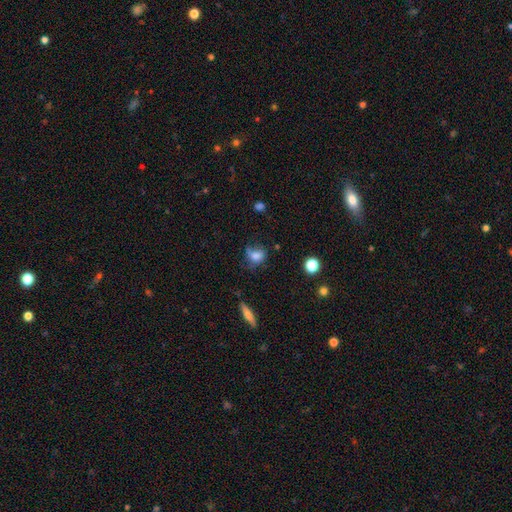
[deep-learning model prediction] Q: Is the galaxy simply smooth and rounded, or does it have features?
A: smooth — 70%.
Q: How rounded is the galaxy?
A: in between — 59%.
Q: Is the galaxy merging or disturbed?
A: none — 39%.